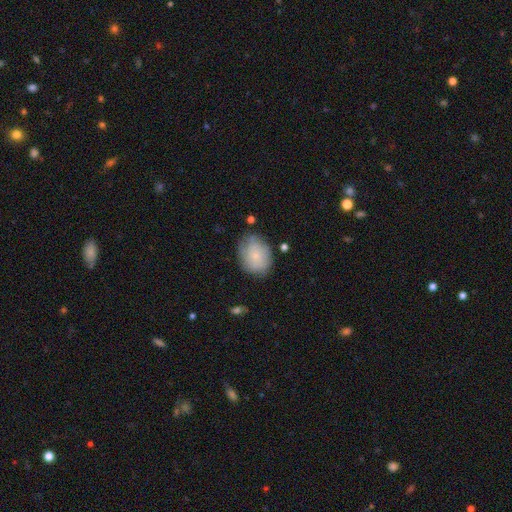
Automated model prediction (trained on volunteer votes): Q: Smooth or featured?
A: smooth (71%); runner-up: featured or disk (22%)
Q: How rounded?
A: in between (57%); runner-up: round (42%)
Q: Merging?
A: none (65%); runner-up: minor disturbance (25%)